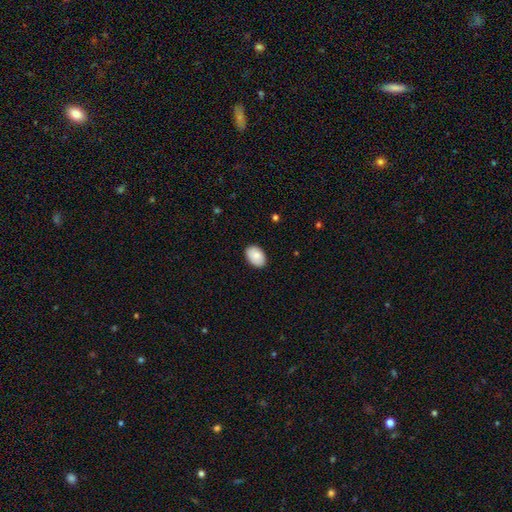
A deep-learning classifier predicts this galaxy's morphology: Smooth or featured?
  - smooth: 86% *
  - featured or disk: 8%
  - star or artifact: 6%
How rounded?
  - in between: 88% *
  - round: 11%
  - cigar-shaped: 1%
Merging?
  - none: 87% *
  - minor disturbance: 10%
  - major disturbance: 2%
  - merger: 1%